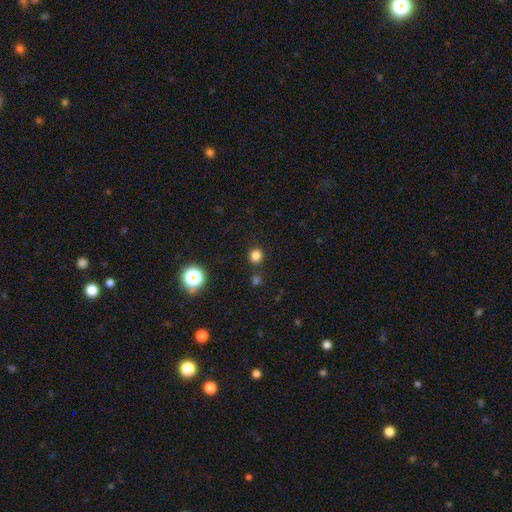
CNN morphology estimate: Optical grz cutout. It shows a smooth galaxy with no disk features (79%) that is round (89%). Merging: none (86%).